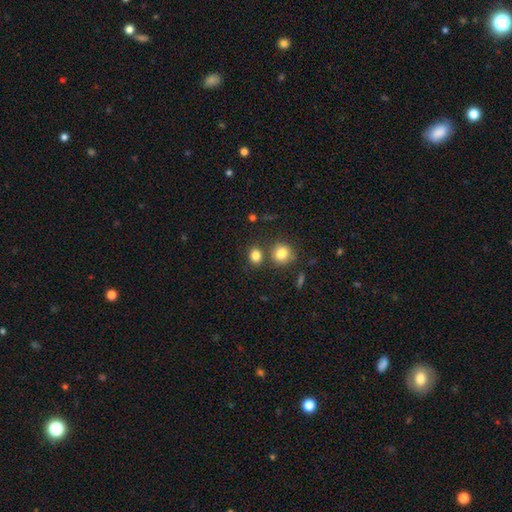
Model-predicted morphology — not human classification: A smooth galaxy with no disk features (82%) that is round (62%).

Vote fractions:
- Smooth or featured? smooth: 82% / star or artifact: 12% / featured or disk: 6%
- How rounded? round: 62% / in between: 37% / cigar-shaped: 1%
- Merging? none: 70% / merger: 17% / minor disturbance: 10% / major disturbance: 3%